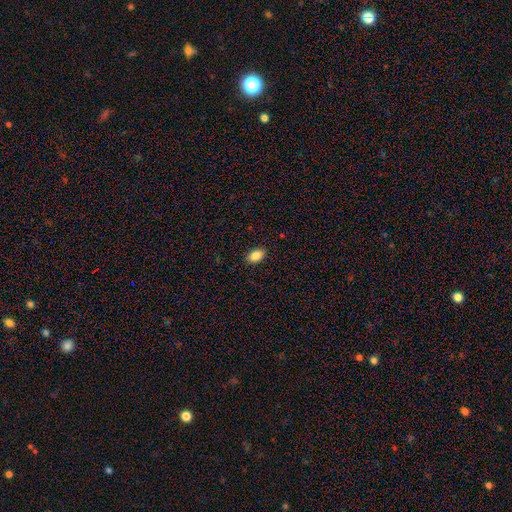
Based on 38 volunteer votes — A smooth galaxy with no disk features (89%) that is in between round and cigar-shaped (88%).

Vote fractions:
- Smooth or featured? smooth: 89% / featured or disk: 5% / star or artifact: 5%
- How rounded? in between: 88% / round: 12% / cigar-shaped: 0%
- Merging? none: 92% / minor disturbance: 8% / major disturbance: 0% / merger: 0%